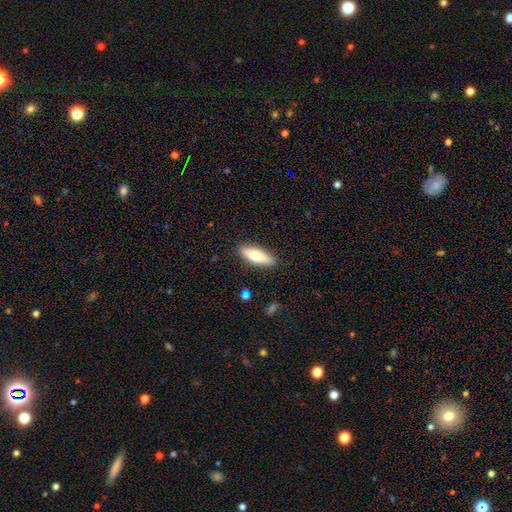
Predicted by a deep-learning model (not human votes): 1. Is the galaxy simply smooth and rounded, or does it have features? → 64% smooth, 30% featured or disk, 6% star or artifact.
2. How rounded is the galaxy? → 51% in between, 47% cigar-shaped, 2% round.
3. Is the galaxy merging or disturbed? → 88% none, 9% minor disturbance, 2% major disturbance, 1% merger.